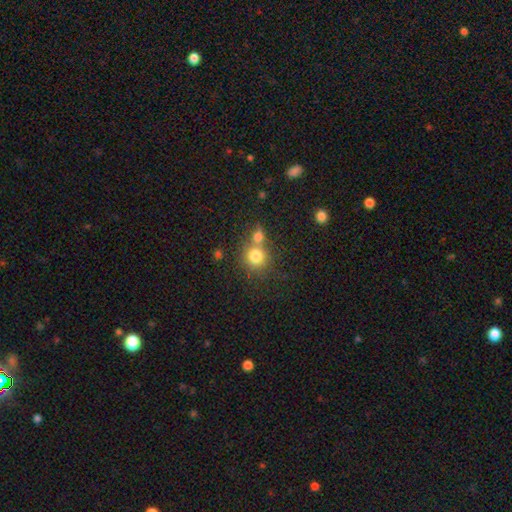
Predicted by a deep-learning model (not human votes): A smooth galaxy with no disk features (79%) that is round (86%).

Vote fractions:
- Smooth or featured? smooth: 79% / star or artifact: 11% / featured or disk: 9%
- How rounded? round: 86% / in between: 13% / cigar-shaped: 1%
- Merging? none: 49% / merger: 40% / minor disturbance: 8% / major disturbance: 3%